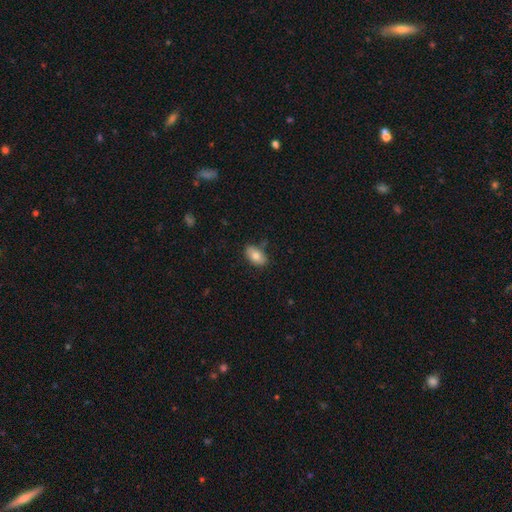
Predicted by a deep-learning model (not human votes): smooth-or-featured: smooth: 76% | featured or disk: 16% | star or artifact: 7%
  how-rounded: in between: 91% | round: 7% | cigar-shaped: 2%
  merging: none: 78% | minor disturbance: 17% | major disturbance: 3% | merger: 3%